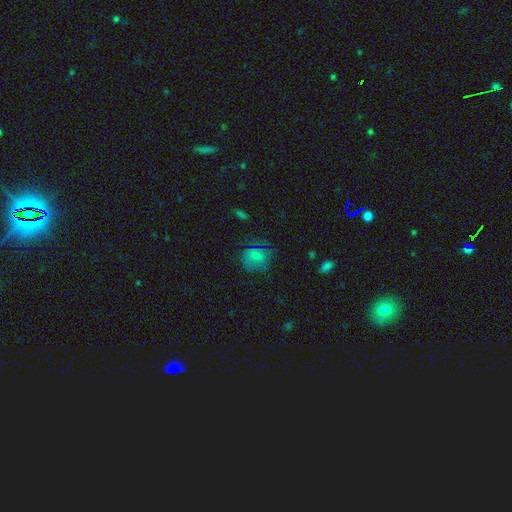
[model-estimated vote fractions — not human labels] smooth 64%, featured or disk 24%, star or artifact 12%. Down the decision tree: how rounded — round (68%); merging — none (56%).